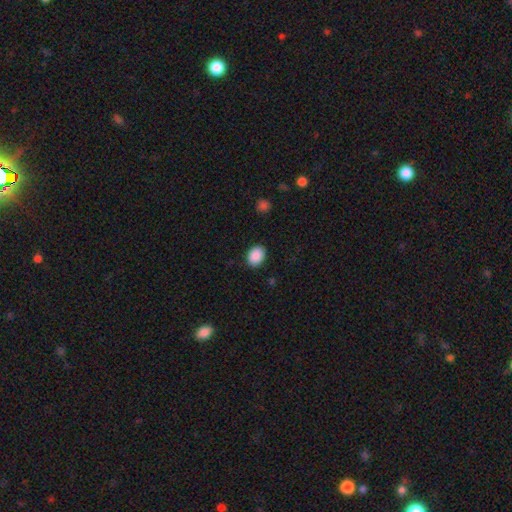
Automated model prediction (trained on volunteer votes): Morphology: type=smooth (90%); roundness=in between (62%); merging=none (89%).